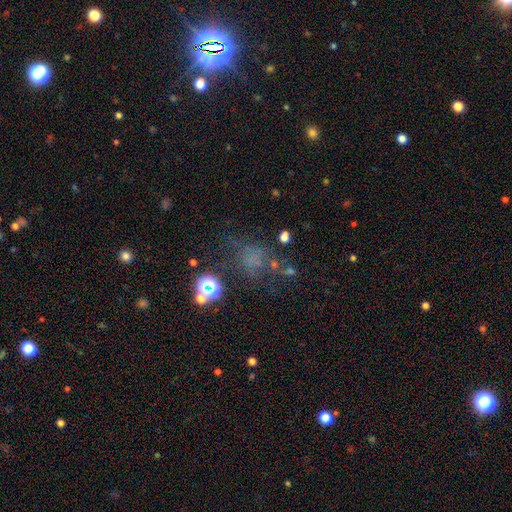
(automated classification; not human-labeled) smooth_or_featured: star or artifact (p=0.56) [alt: smooth p=0.27]